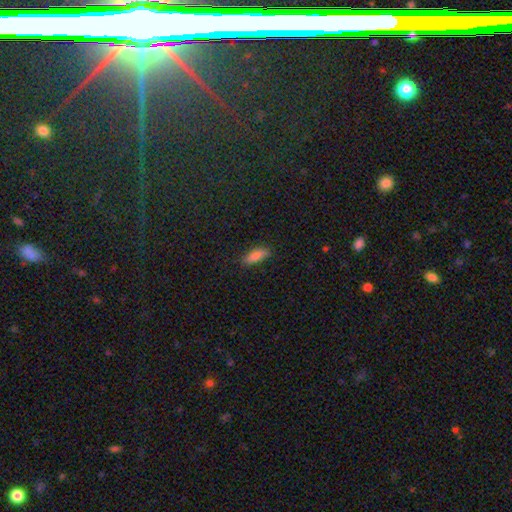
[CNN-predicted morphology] This appears to be a smooth galaxy with no disk features (84%) that is in between round and cigar-shaped (58%). Merging: none (81%).